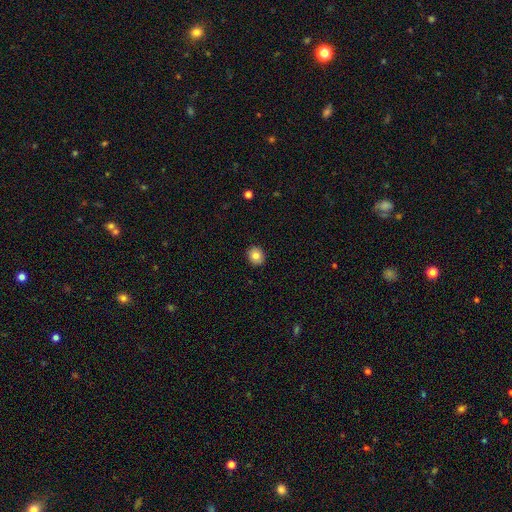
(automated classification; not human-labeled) Q: Smooth or featured?
A: smooth (82%); runner-up: featured or disk (9%)
Q: How rounded?
A: round (79%); runner-up: in between (20%)
Q: Merging?
A: none (92%); runner-up: minor disturbance (6%)